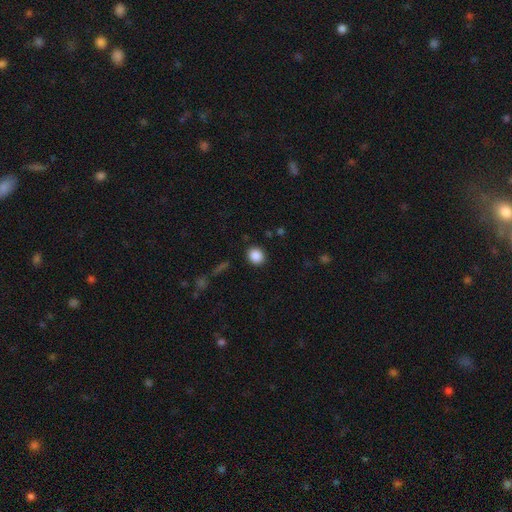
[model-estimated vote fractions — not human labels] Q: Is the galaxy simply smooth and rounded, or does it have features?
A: smooth — 88%.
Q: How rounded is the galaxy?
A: round — 76%.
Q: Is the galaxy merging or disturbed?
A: none — 89%.